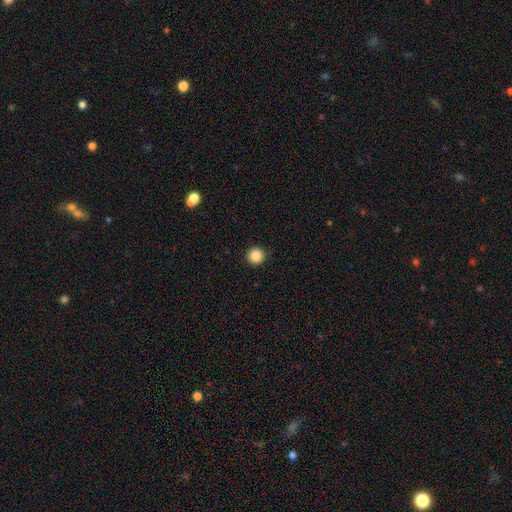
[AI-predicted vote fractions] Overall: smooth (88%). How rounded: round (96%). Merging: none (93%).